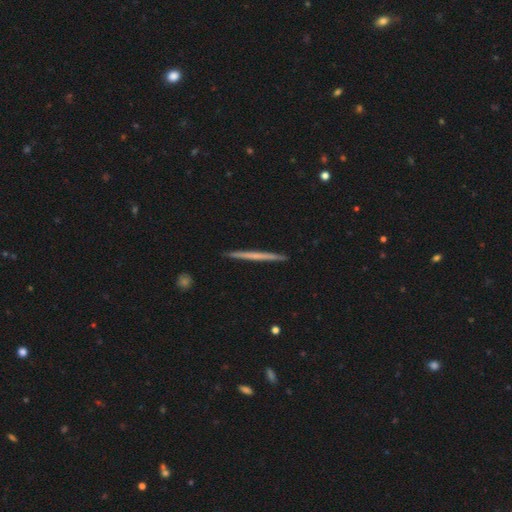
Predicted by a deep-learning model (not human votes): featured or disk 50%, smooth 45%, star or artifact 5%. Down the decision tree: merging — none (92%).